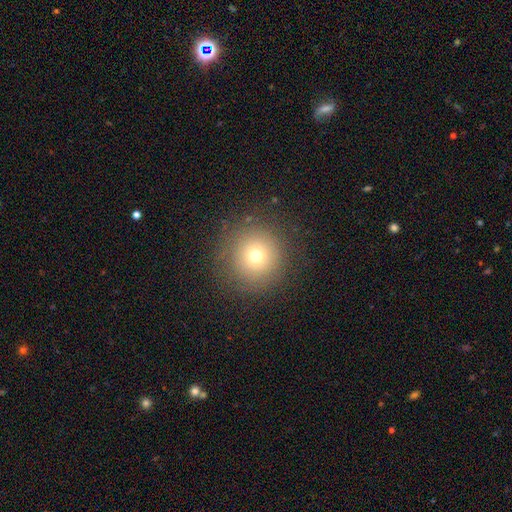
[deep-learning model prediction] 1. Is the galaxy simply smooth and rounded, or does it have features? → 70% smooth, 17% star or artifact, 13% featured or disk.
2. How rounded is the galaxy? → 95% round, 4% in between, 1% cigar-shaped.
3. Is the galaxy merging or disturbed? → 85% none, 9% minor disturbance, 5% major disturbance, 1% merger.